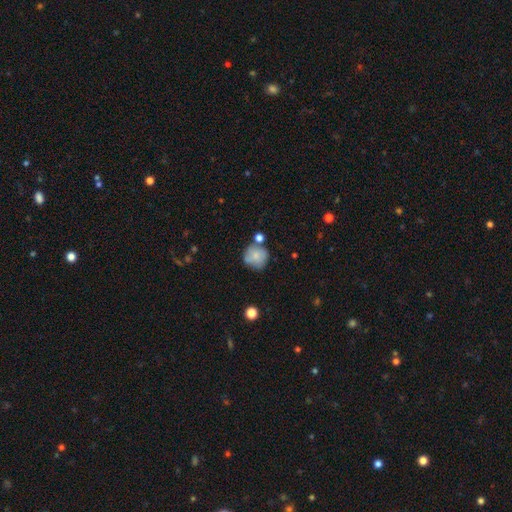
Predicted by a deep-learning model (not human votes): Smooth or featured? Predicted: smooth (p=0.74). How rounded? Predicted: round (p=0.88). Merging? Predicted: none (p=0.59).